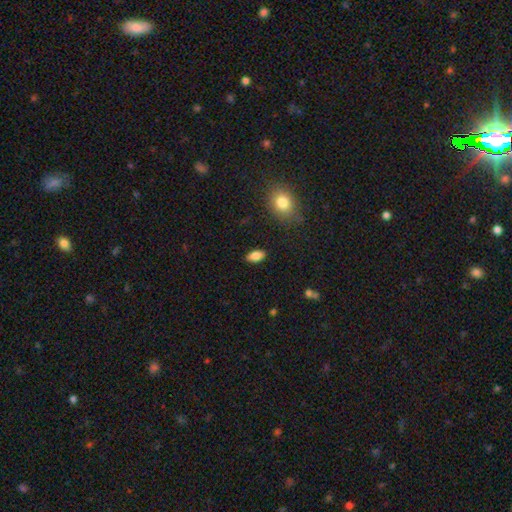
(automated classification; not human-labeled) The model was most divided on "smooth or featured": smooth: 85%, star or artifact: 8%, featured or disk: 7%. More confident: how rounded — in between (91%); merging — none (87%).